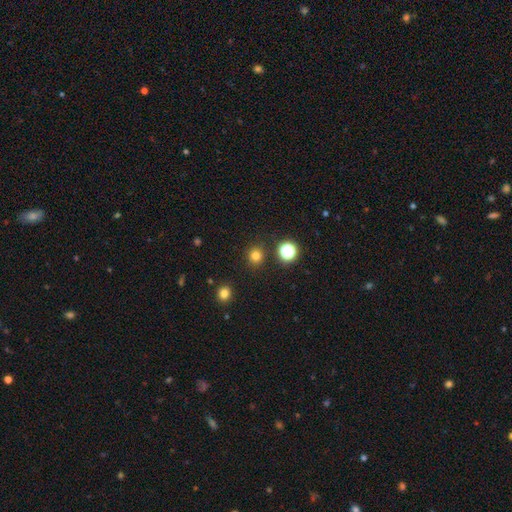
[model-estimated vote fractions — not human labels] The model was most divided on "smooth or featured": smooth: 78%, star or artifact: 18%, featured or disk: 5%. More confident: how rounded — round (91%); merging — none (89%).